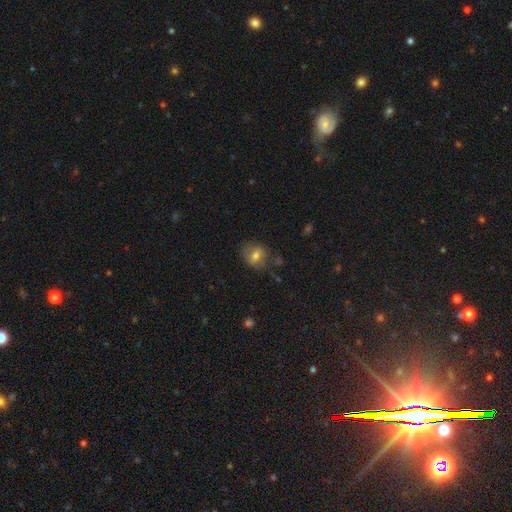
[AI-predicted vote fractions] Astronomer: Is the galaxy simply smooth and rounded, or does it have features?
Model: smooth — 67%.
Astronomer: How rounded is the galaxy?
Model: round — 58% (runner-up: in between, 40%).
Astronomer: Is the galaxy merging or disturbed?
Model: none — 70%.